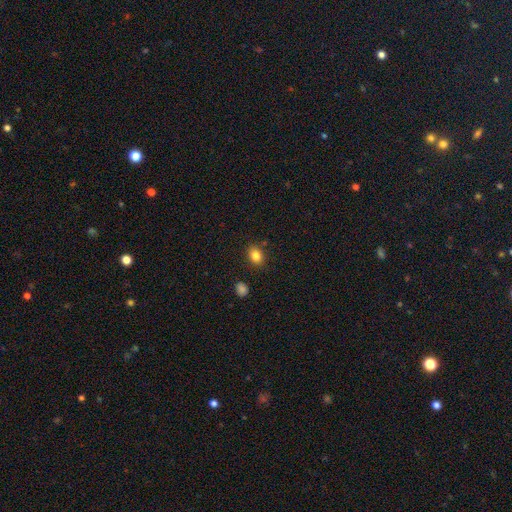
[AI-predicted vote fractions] A smooth galaxy with no disk features (84%) that is in between round and cigar-shaped (62%).

Vote fractions:
- Smooth or featured? smooth: 84% / star or artifact: 10% / featured or disk: 6%
- How rounded? in between: 62% / round: 36% / cigar-shaped: 1%
- Merging? none: 85% / minor disturbance: 10% / major disturbance: 3% / merger: 2%